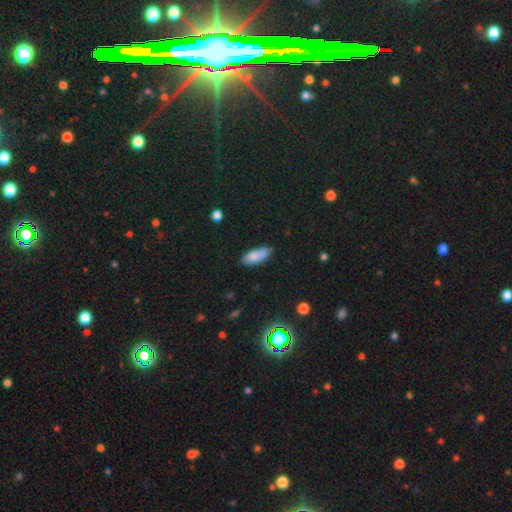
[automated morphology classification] type=smooth (78%); roundness=in between (81%); merging=none (66%).